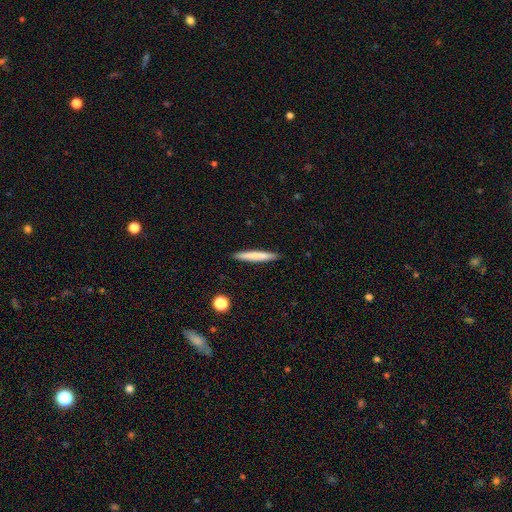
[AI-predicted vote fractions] Smooth or featured? smooth (73%)
How rounded? cigar-shaped (95%)
Merging? none (91%)